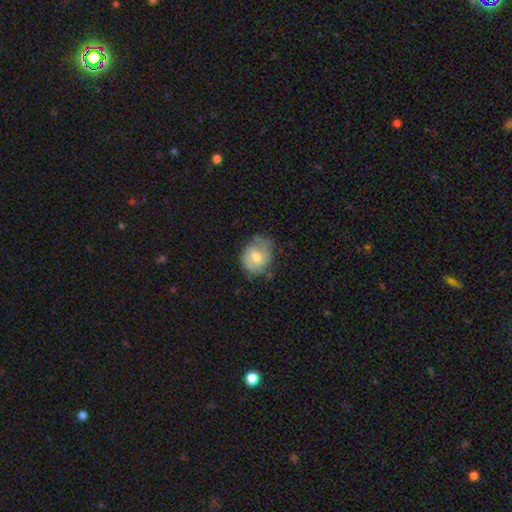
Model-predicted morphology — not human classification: Q: Smooth or featured?
A: smooth (52%); runner-up: featured or disk (40%)
Q: How rounded?
A: round (55%); runner-up: in between (44%)
Q: Merging?
A: none (57%); runner-up: minor disturbance (31%)